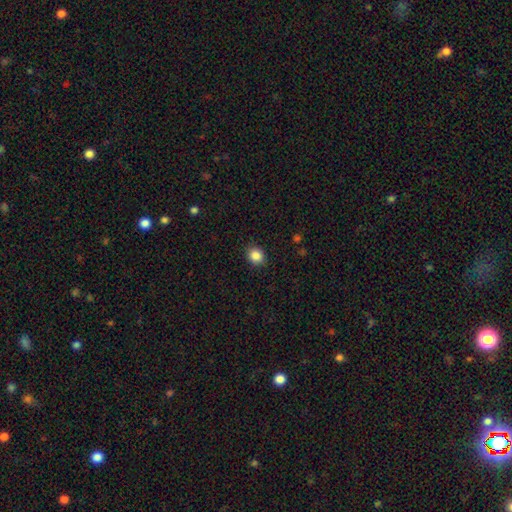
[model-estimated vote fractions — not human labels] Q: Smooth or featured?
A: smooth (86%); runner-up: star or artifact (10%)
Q: How rounded?
A: round (73%); runner-up: in between (26%)
Q: Merging?
A: none (90%); runner-up: minor disturbance (7%)